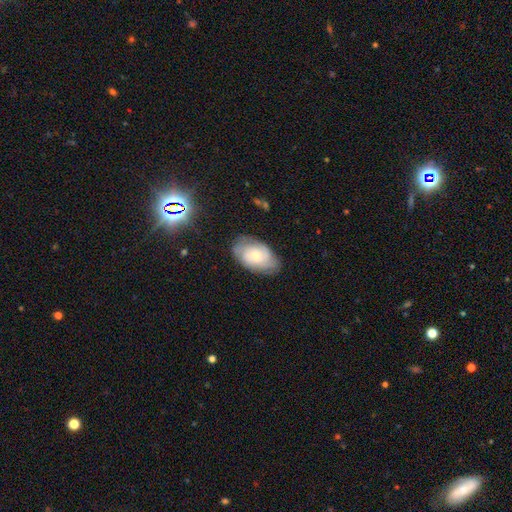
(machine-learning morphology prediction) type=featured or disk (55%); edge-on=no (95%); bar=no (79%); spiral arms=yes (81%); bulge=small (52%); merging=none (73%).